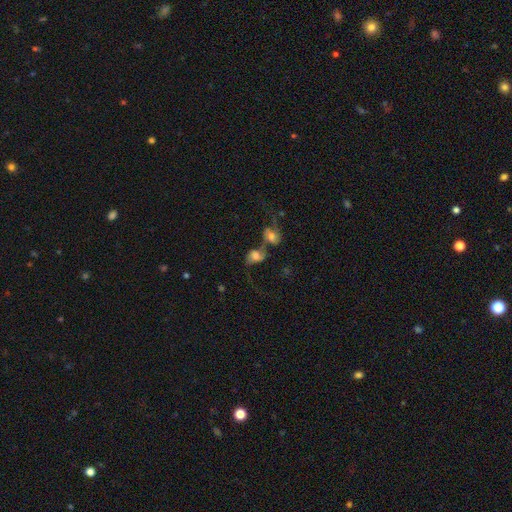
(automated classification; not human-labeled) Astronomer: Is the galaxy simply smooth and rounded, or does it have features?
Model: smooth — 53% (runner-up: featured or disk, 35%).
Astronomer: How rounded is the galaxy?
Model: in between — 62%.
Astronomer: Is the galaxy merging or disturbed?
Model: merger — 54%.